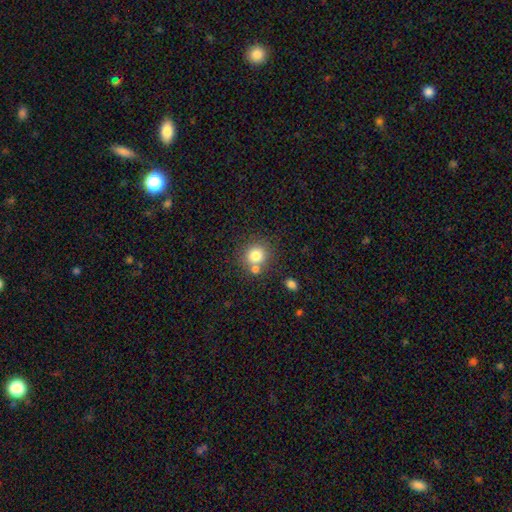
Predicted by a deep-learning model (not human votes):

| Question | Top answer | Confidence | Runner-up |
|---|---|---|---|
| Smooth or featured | smooth | 79% | star or artifact (11%) |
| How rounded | round | 87% | in between (13%) |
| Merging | none | 65% | merger (23%) |